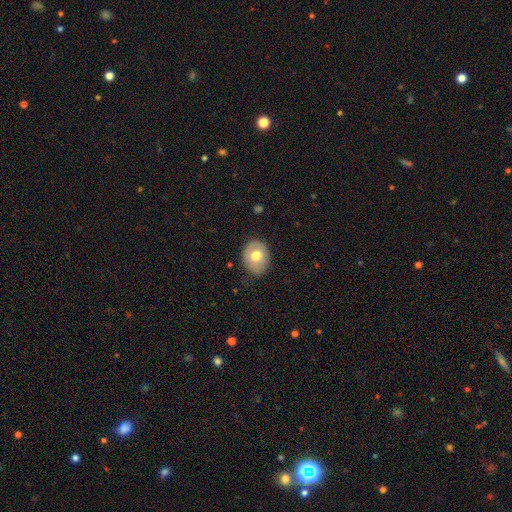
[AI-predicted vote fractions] This appears to be a smooth galaxy with no disk features (64%) that is in between round and cigar-shaped (53%). Merging: none (78%).